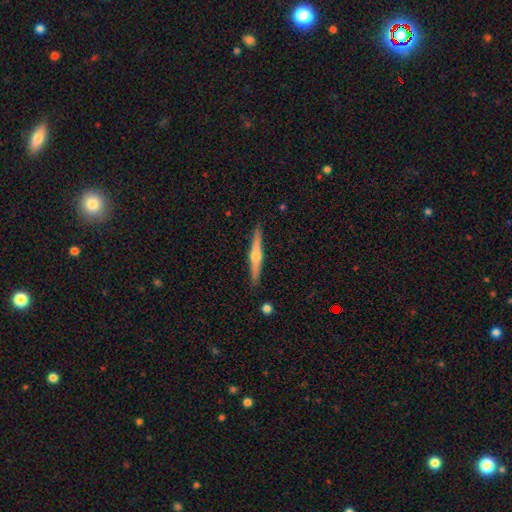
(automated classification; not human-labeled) A featured or disk galaxy (71%) viewed edge-on (98%) with a rounded central bulge (92%).

Vote fractions:
- Smooth or featured? featured or disk: 71% / smooth: 24% / star or artifact: 6%
- Edge-on disk? yes: 98% / no: 2%
- Edge-on bulge? rounded: 92% / none: 5% / boxy: 4%
- Merging? none: 90% / minor disturbance: 7% / major disturbance: 1% / merger: 1%